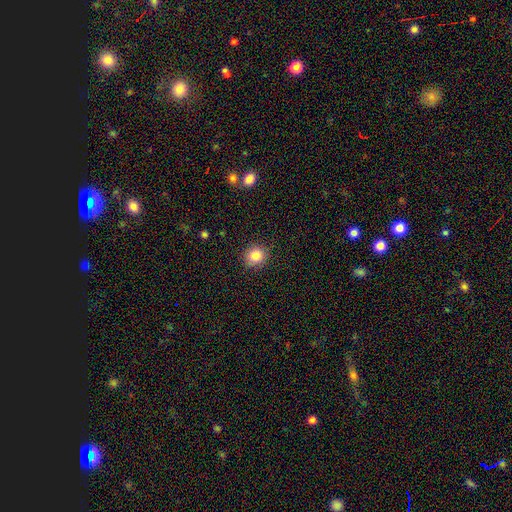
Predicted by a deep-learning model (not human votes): Smooth or featured: smooth — 83% (star or artifact — 11%)
How rounded: round — 87% (in between — 12%)
Merging: none — 88% (minor disturbance — 9%)